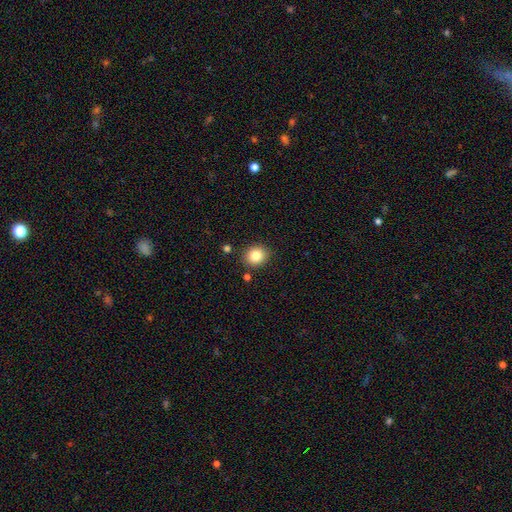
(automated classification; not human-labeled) smooth_or_featured: smooth (p=0.84) [alt: star or artifact p=0.10]
how_rounded: round (p=0.73) [alt: in between p=0.26]
merging: none (p=0.87) [alt: minor disturbance p=0.08]